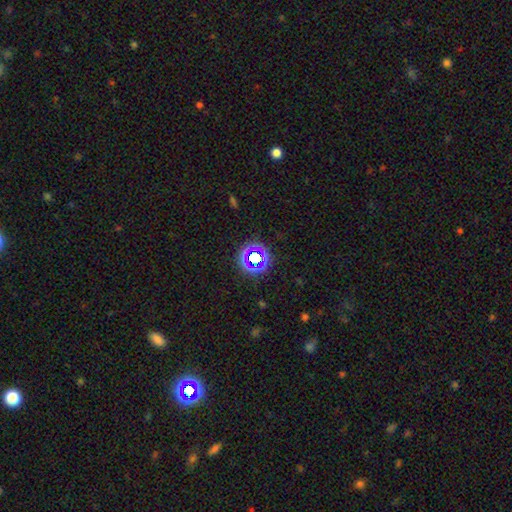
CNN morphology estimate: Q: Smooth or featured?
A: star or artifact (63%); runner-up: smooth (25%)